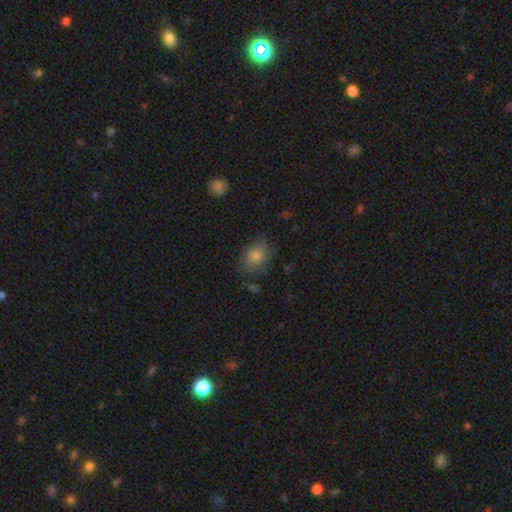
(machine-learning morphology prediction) Q: Smooth or featured?
A: smooth (71%); runner-up: featured or disk (18%)
Q: How rounded?
A: in between (53%); runner-up: round (46%)
Q: Merging?
A: none (61%); runner-up: minor disturbance (27%)